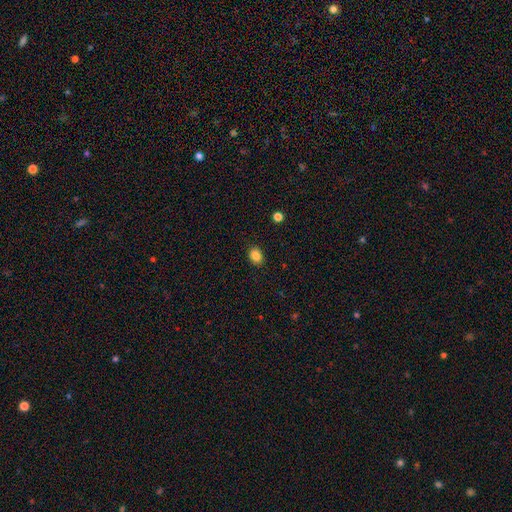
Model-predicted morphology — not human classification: A smooth galaxy with no disk features (85%) that is in between round and cigar-shaped (64%). Merging: none (89%).